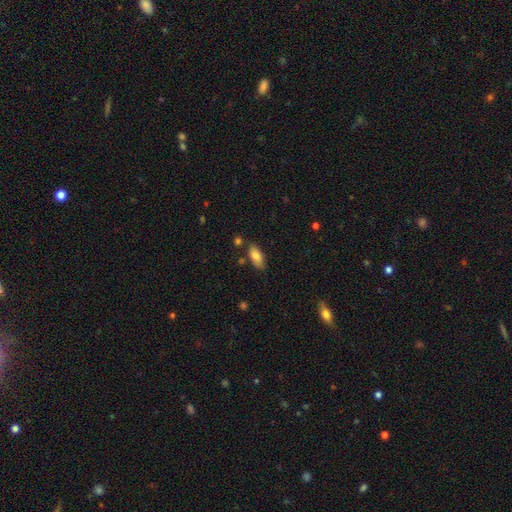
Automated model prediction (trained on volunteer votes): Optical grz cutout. It shows a smooth galaxy with no disk features (82%) that is in between round and cigar-shaped (84%). Merging: none (76%).